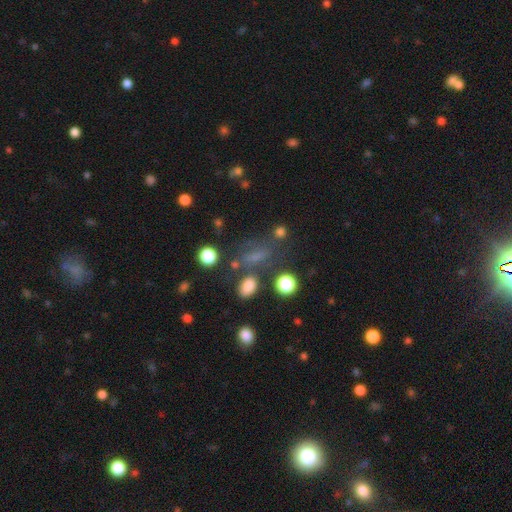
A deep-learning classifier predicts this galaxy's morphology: Smooth or featured?
  - smooth: 54% *
  - star or artifact: 27%
  - featured or disk: 19%
How rounded?
  - in between: 62% *
  - round: 22%
  - cigar-shaped: 16%
Merging?
  - none: 57% *
  - minor disturbance: 19%
  - major disturbance: 13%
  - merger: 11%